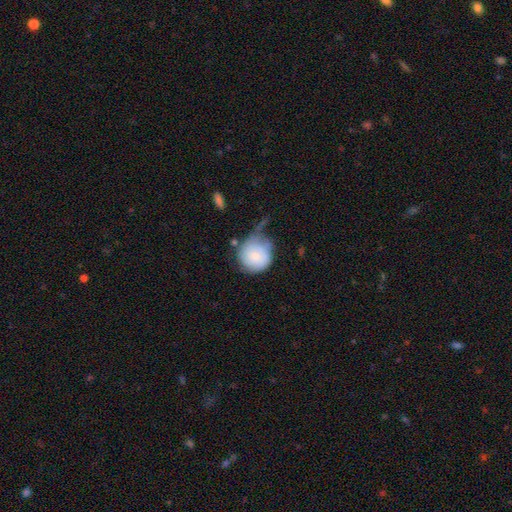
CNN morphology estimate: Q: Smooth or featured?
A: smooth (72%); runner-up: featured or disk (22%)
Q: How rounded?
A: round (86%); runner-up: in between (13%)
Q: Merging?
A: minor disturbance (34%); runner-up: none (30%)